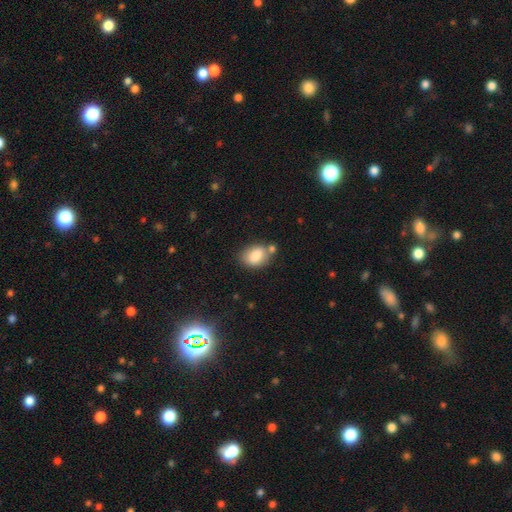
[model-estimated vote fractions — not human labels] smooth_or_featured: smooth (p=0.82) [alt: featured or disk p=0.10]
how_rounded: in between (p=0.79) [alt: round p=0.19]
merging: none (p=0.62) [alt: minor disturbance p=0.17]